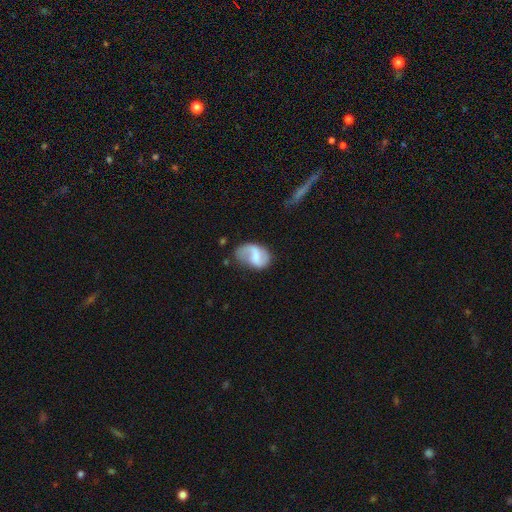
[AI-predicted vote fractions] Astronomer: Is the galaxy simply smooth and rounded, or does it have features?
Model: featured or disk — 58% (runner-up: smooth, 35%).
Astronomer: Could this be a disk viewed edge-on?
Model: no — 97%.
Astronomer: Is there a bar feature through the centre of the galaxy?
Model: weak — 47% (runner-up: no, 28%).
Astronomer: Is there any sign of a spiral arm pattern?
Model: yes — 82%.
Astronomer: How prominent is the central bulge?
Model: none — 39% (runner-up: small, 26%).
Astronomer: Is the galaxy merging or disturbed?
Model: none — 48% (runner-up: minor disturbance, 30%).